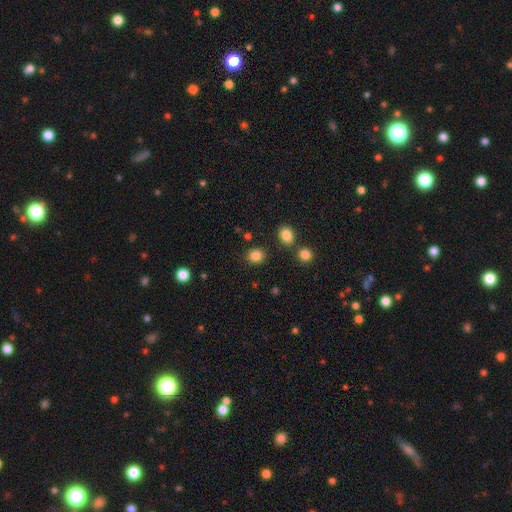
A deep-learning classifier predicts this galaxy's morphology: A smooth galaxy with no disk features (84%) that is round (79%).

Vote fractions:
- Smooth or featured? smooth: 84% / star or artifact: 11% / featured or disk: 4%
- How rounded? round: 79% / in between: 20% / cigar-shaped: 1%
- Merging? none: 87% / minor disturbance: 7% / merger: 3% / major disturbance: 3%